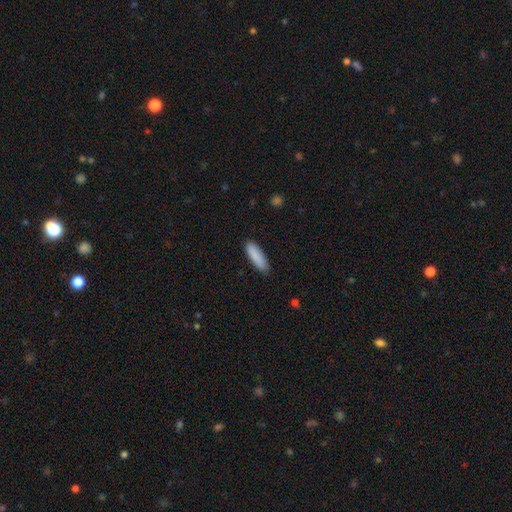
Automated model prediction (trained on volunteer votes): smooth_or_featured: smooth (p=0.89) [alt: star or artifact p=0.06]
how_rounded: cigar-shaped (p=0.51) [alt: in between p=0.48]
merging: none (p=0.85) [alt: minor disturbance p=0.12]